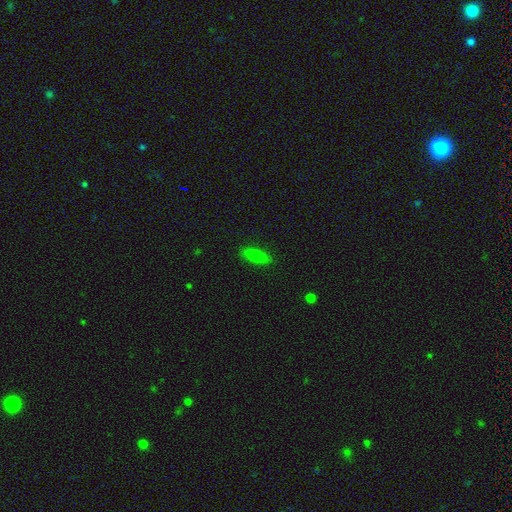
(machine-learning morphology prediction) Smooth or featured? Predicted: smooth (p=0.83). How rounded? Predicted: in between (p=0.67). Merging? Predicted: none (p=0.86).